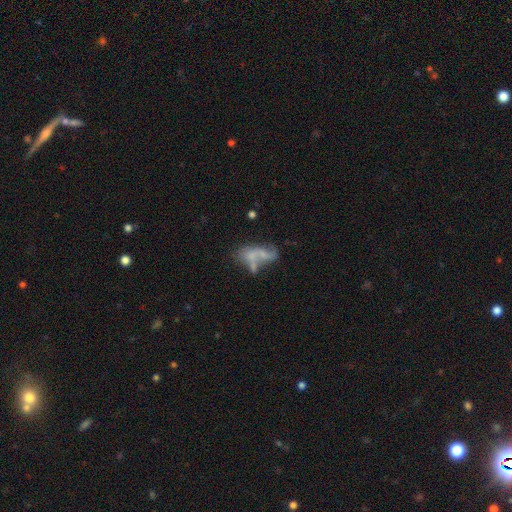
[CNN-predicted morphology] Overall: featured or disk (52%; smooth 36%). Edge-on disk: no (93%). Merging: merger (36%; none 26%).